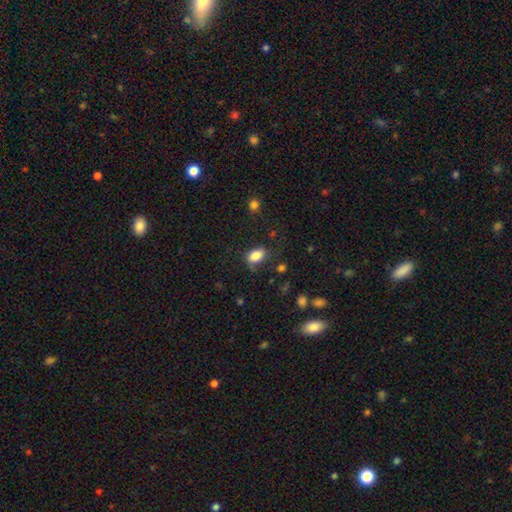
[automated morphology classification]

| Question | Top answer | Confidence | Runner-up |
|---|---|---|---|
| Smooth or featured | smooth | 84% | star or artifact (8%) |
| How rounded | in between | 89% | round (9%) |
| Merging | none | 71% | minor disturbance (21%) |